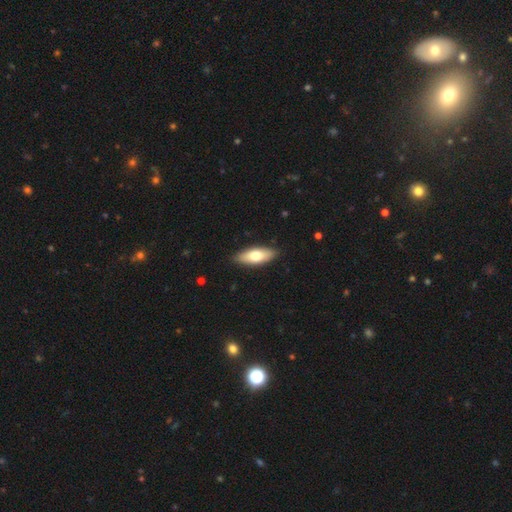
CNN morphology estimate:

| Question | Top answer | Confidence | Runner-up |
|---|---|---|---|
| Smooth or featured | smooth | 69% | featured or disk (26%) |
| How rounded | in between | 72% | cigar-shaped (26%) |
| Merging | none | 88% | minor disturbance (9%) |